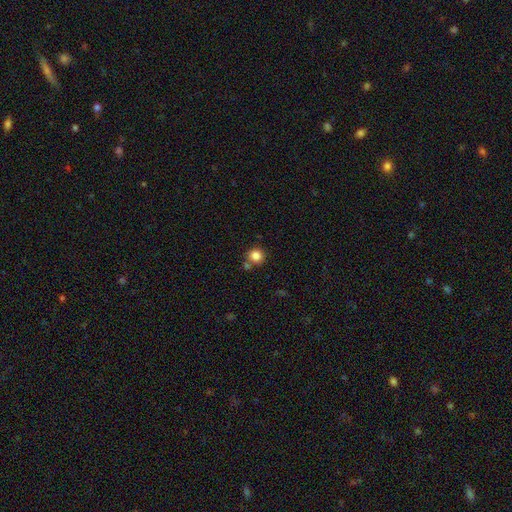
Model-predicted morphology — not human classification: smooth-or-featured: smooth: 83% | star or artifact: 11% | featured or disk: 5%
  how-rounded: round: 91% | in between: 8% | cigar-shaped: 1%
  merging: none: 71% | merger: 16% | minor disturbance: 10% | major disturbance: 3%